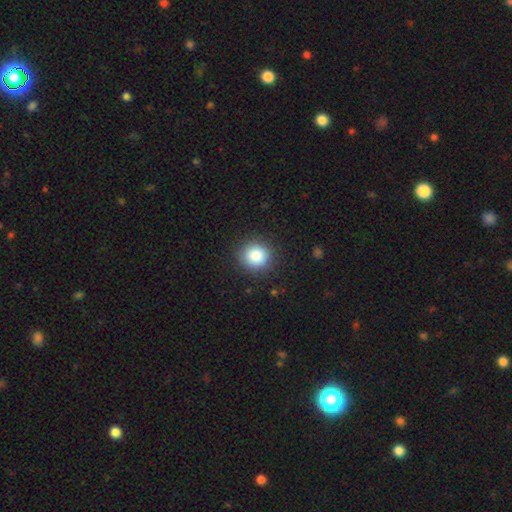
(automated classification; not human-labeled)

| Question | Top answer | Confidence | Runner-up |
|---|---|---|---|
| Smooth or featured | smooth | 85% | star or artifact (10%) |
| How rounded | round | 90% | in between (9%) |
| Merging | none | 90% | minor disturbance (7%) |